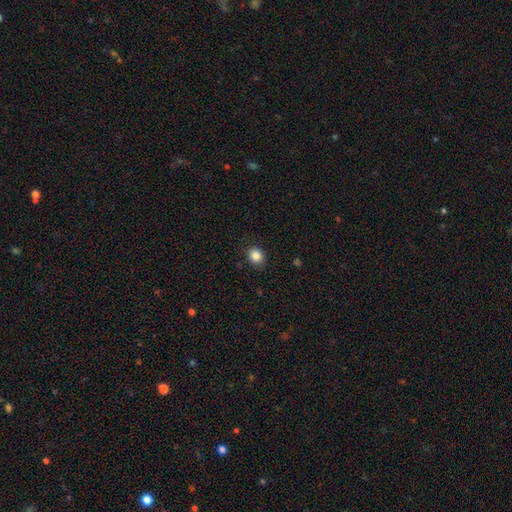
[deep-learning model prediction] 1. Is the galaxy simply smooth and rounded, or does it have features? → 85% smooth, 10% star or artifact, 5% featured or disk.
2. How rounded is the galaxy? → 62% round, 37% in between, 1% cigar-shaped.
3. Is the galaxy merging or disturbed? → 86% none, 10% minor disturbance, 3% major disturbance, 1% merger.